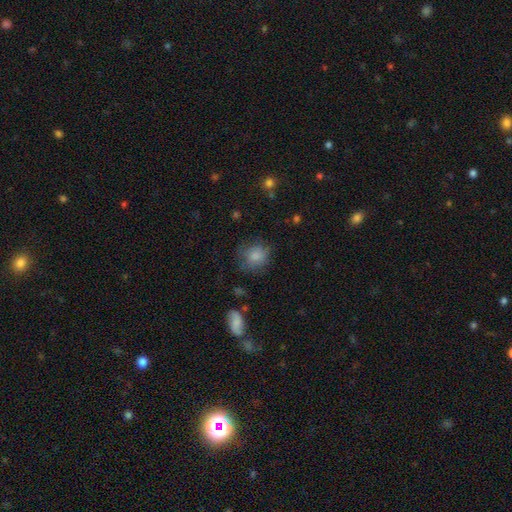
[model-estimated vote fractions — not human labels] Morphology: type=smooth (80%); roundness=round (78%); merging=none (66%).